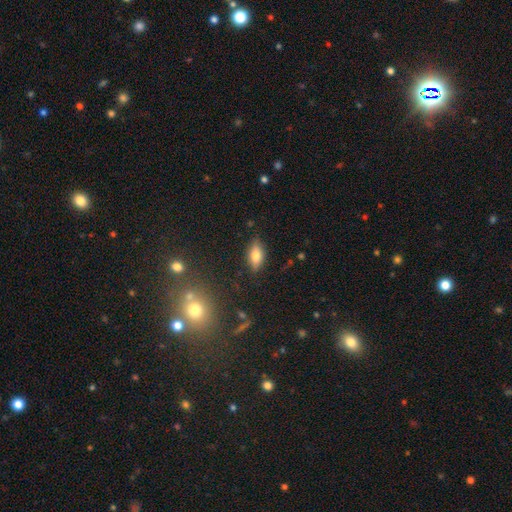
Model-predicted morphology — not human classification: A smooth galaxy with no disk features (71%) that is in between round and cigar-shaped (84%). Merging: none (84%).